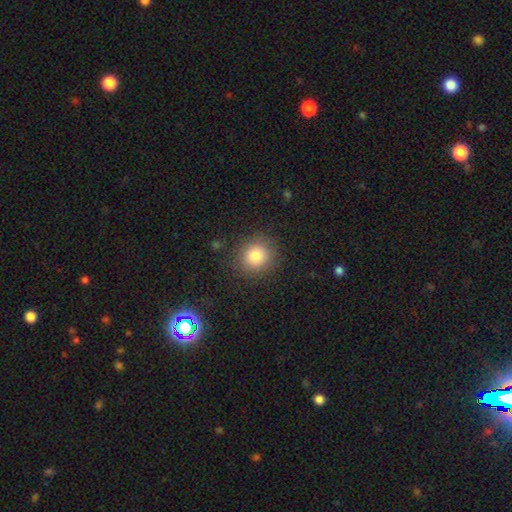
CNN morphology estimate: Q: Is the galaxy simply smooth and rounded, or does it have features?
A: smooth — 83%.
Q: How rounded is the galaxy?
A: round — 88%.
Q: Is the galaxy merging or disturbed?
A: none — 87%.